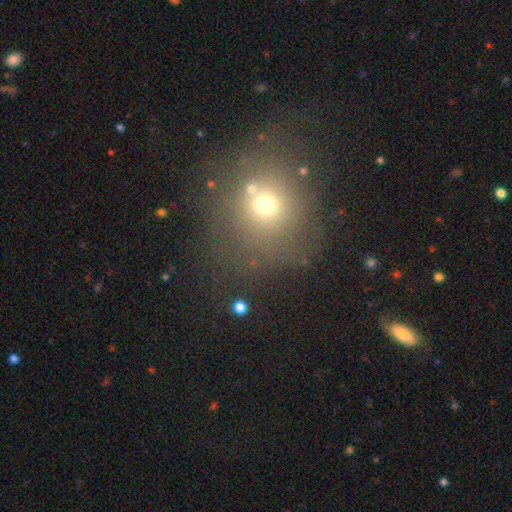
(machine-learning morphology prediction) Overall: smooth (57%; star or artifact 31%). How rounded: round (80%). Merging: none (70%).